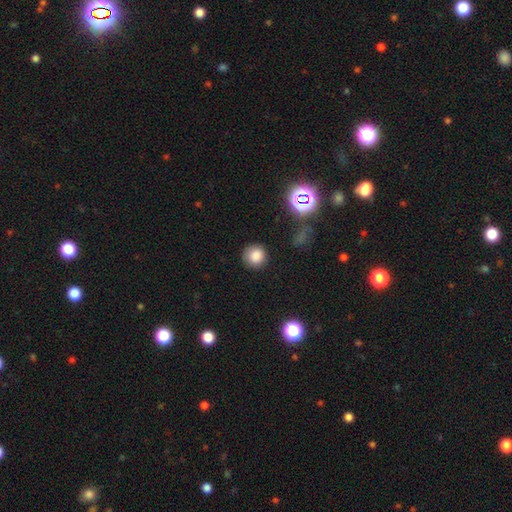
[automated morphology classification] type=smooth (82%); roundness=round (93%); merging=none (85%).